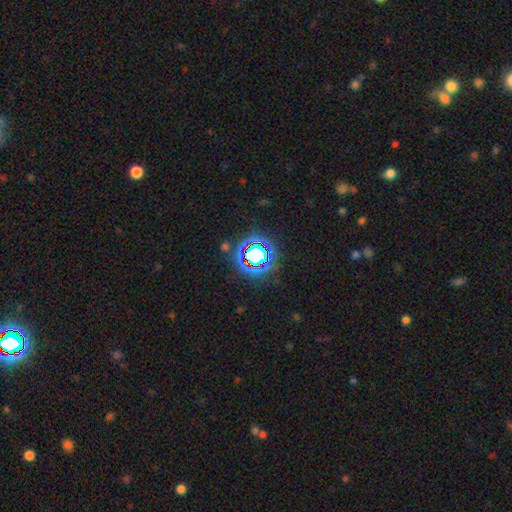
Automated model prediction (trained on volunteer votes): Q: Smooth or featured?
A: star or artifact (65%); runner-up: smooth (23%)